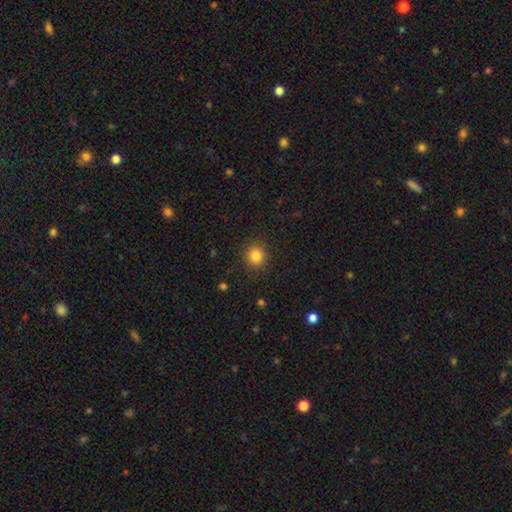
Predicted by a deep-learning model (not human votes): A smooth galaxy with no disk features (83%) that is round (89%). Merging: none (89%).